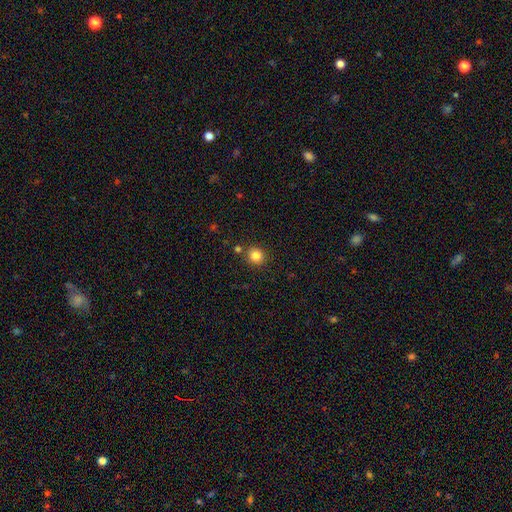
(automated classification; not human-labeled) Smooth or featured: smooth — 83% (star or artifact — 12%)
How rounded: round — 88% (in between — 12%)
Merging: none — 84% (minor disturbance — 7%)